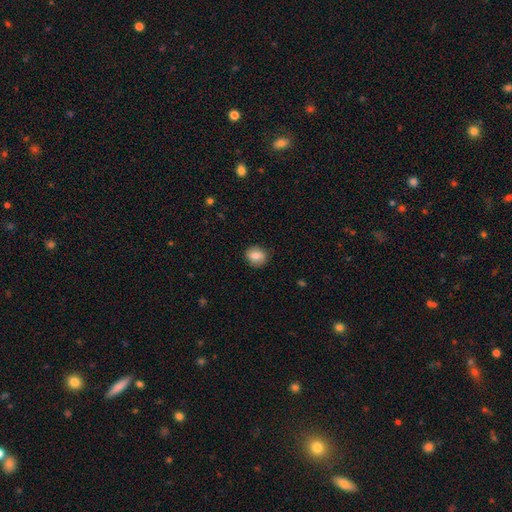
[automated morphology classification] Overall: smooth (81%). How rounded: round (67%; in between 31%). Merging: none (87%).